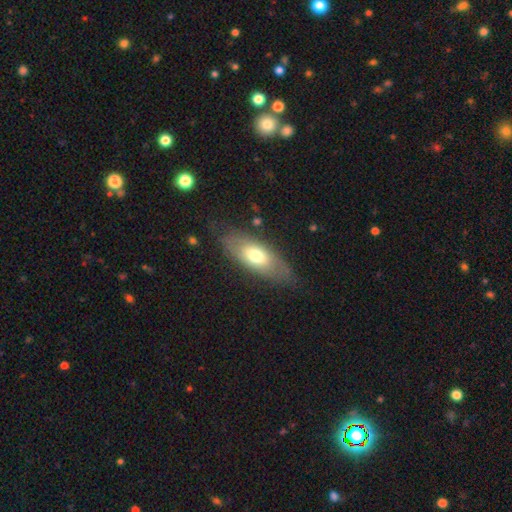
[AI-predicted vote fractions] Smooth or featured: smooth — 55% (featured or disk — 38%)
How rounded: in between — 82% (cigar-shaped — 14%)
Merging: none — 72% (minor disturbance — 19%)